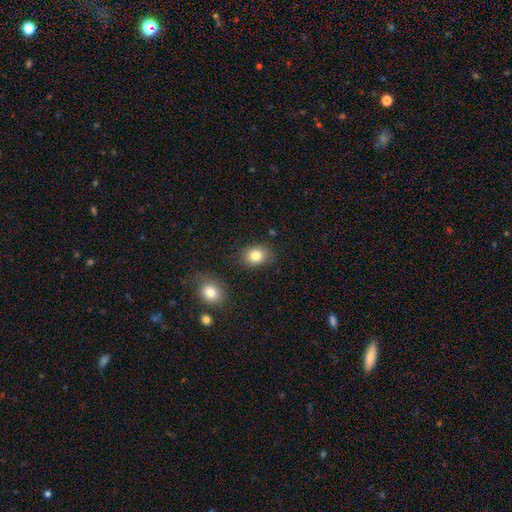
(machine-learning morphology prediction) A smooth galaxy with no disk features (83%) that is round (50%).

Vote fractions:
- Smooth or featured? smooth: 83% / star or artifact: 10% / featured or disk: 7%
- How rounded? round: 50% / in between: 49% / cigar-shaped: 1%
- Merging? none: 80% / minor disturbance: 13% / merger: 4% / major disturbance: 3%